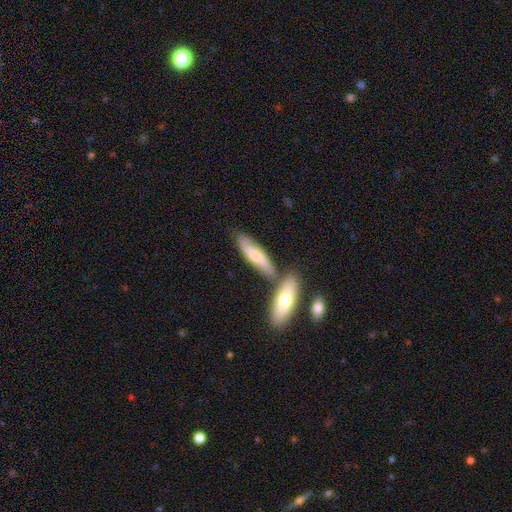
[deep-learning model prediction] The model was most divided on "smooth or featured": smooth: 66%, featured or disk: 29%, star or artifact: 5%. More confident: how rounded — cigar-shaped (68%); merging — none (61%).